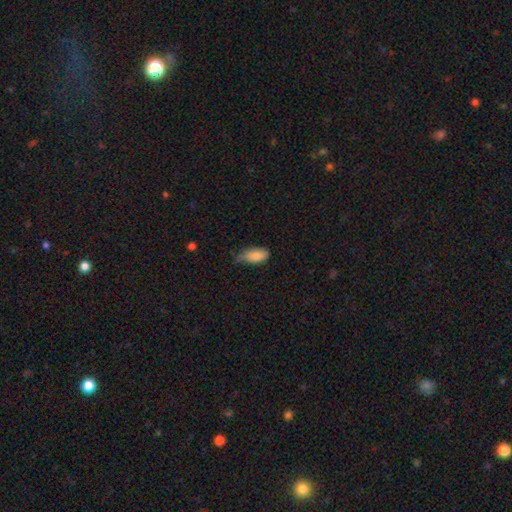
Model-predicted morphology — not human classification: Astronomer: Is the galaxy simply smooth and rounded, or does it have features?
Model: smooth — 85%.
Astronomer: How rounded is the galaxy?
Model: in between — 91%.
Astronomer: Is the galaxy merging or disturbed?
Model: minor disturbance — 50% (runner-up: none, 34%).